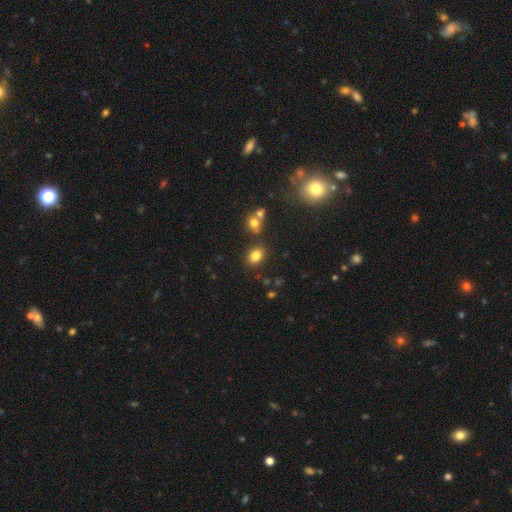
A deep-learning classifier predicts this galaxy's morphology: smooth-or-featured: smooth: 81% | star or artifact: 12% | featured or disk: 7%
  how-rounded: in between: 65% | round: 34% | cigar-shaped: 1%
  merging: none: 77% | minor disturbance: 11% | merger: 8% | major disturbance: 4%